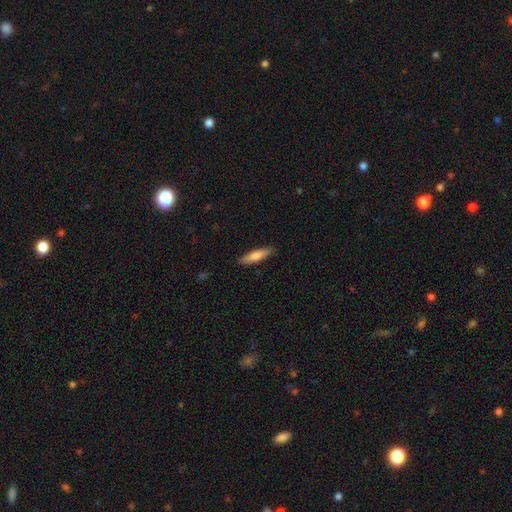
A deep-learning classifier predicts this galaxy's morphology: type=smooth (72%); roundness=cigar-shaped (76%); merging=none (89%).